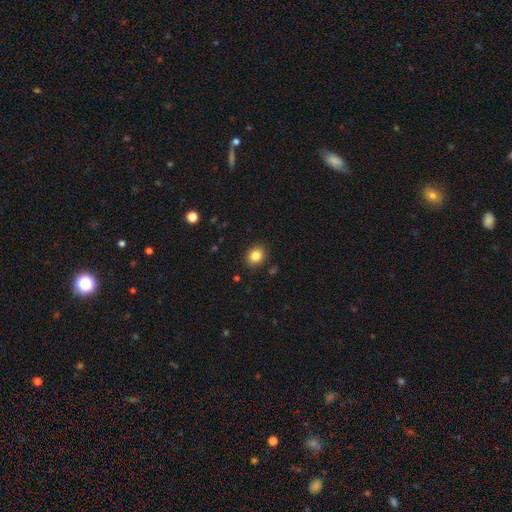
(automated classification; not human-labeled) Q: Smooth or featured?
A: smooth (85%); runner-up: star or artifact (10%)
Q: How rounded?
A: round (61%); runner-up: in between (38%)
Q: Merging?
A: none (88%); runner-up: minor disturbance (8%)